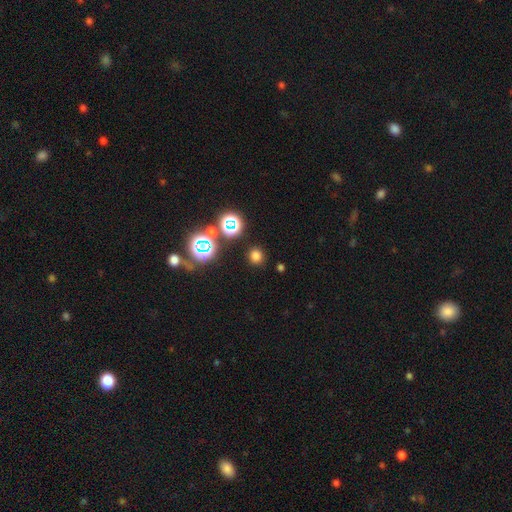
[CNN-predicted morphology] Smooth or featured?
  - smooth: 69% *
  - star or artifact: 26%
  - featured or disk: 5%
How rounded?
  - round: 90% *
  - in between: 9%
  - cigar-shaped: 1%
Merging?
  - none: 88% *
  - minor disturbance: 7%
  - major disturbance: 3%
  - merger: 3%